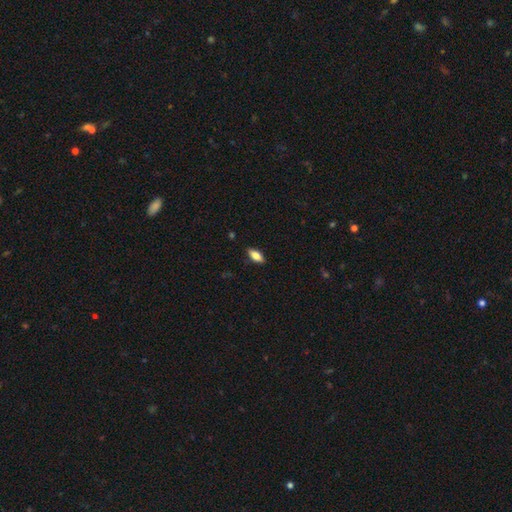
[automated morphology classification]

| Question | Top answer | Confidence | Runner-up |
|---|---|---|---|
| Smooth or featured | smooth | 78% | featured or disk (15%) |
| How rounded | in between | 84% | cigar-shaped (13%) |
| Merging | none | 87% | minor disturbance (10%) |